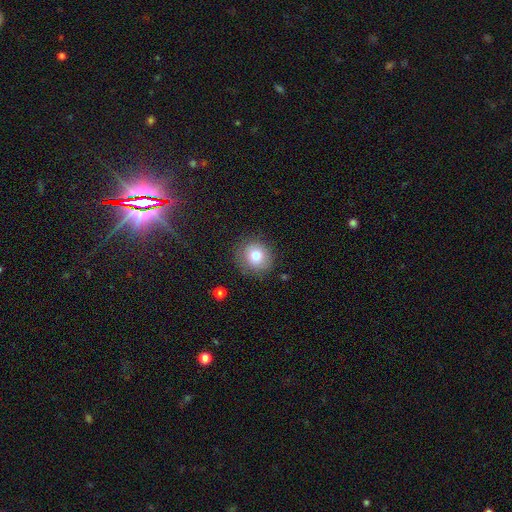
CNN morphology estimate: A smooth galaxy with no disk features (77%) that is round (84%). Merging: none (82%).